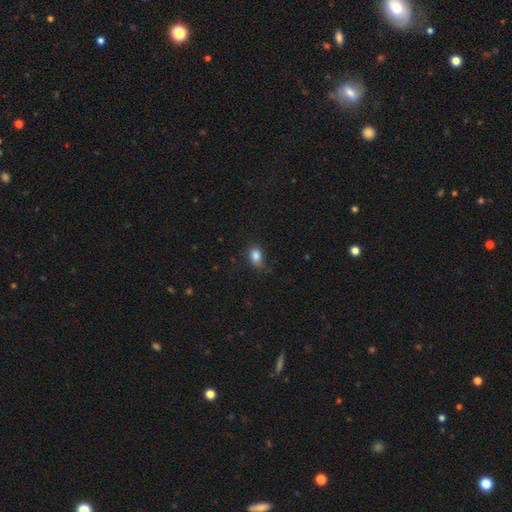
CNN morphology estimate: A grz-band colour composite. It shows a smooth galaxy with no disk features (85%) that is in between round and cigar-shaped (77%). Merging: none (65%).